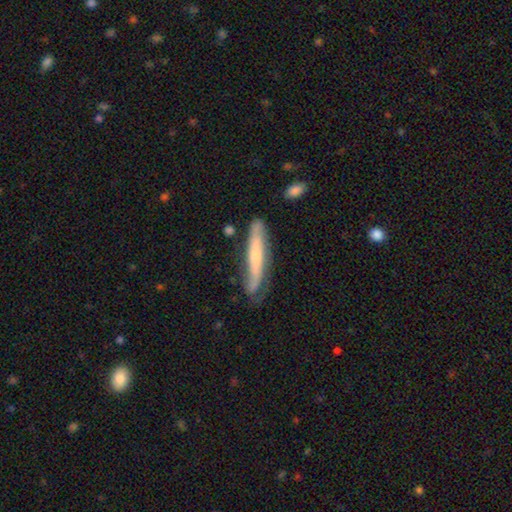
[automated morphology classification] Q: Smooth or featured?
A: featured or disk (50%); runner-up: smooth (44%)
Q: Edge-on disk?
A: yes (70%); runner-up: no (30%)
Q: Merging?
A: none (64%); runner-up: minor disturbance (25%)